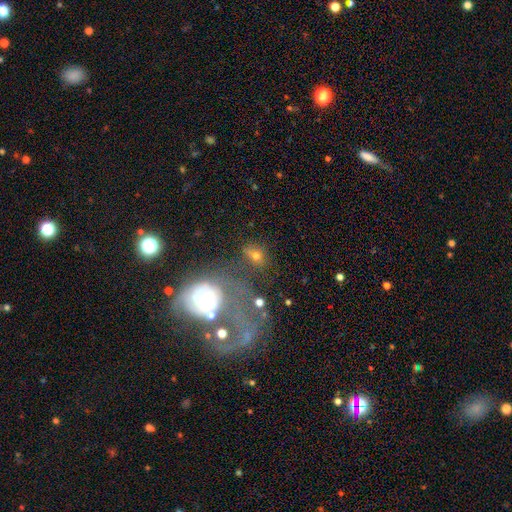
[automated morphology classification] The model was most divided on "smooth or featured": smooth: 49%, featured or disk: 35%, star or artifact: 16%. Remaining: merging — none (49%).